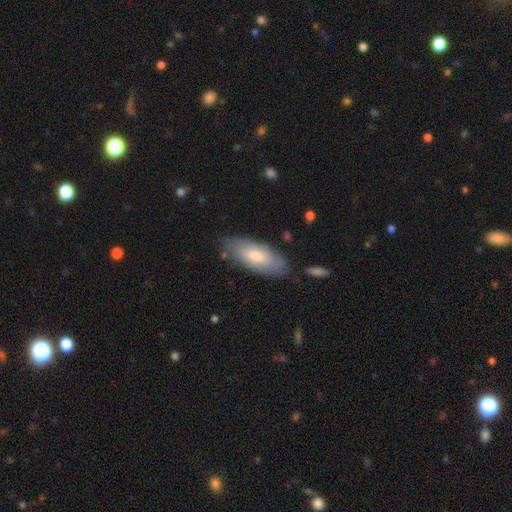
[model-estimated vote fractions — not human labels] smooth 66%, featured or disk 28%, star or artifact 6%. Down the decision tree: how rounded — in between (80%); merging — none (78%).